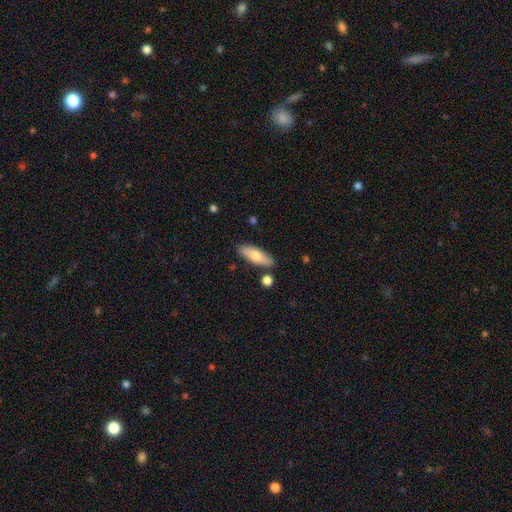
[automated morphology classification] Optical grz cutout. It shows a smooth galaxy with no disk features (72%) that is in between round and cigar-shaped (60%). Merging: none (82%).